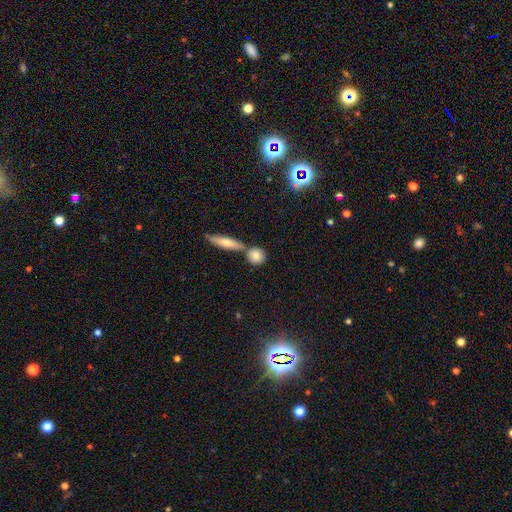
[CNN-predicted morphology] Smooth or featured: smooth — 80% (featured or disk — 12%)
How rounded: round — 78% (in between — 15%)
Merging: none — 67% (merger — 22%)